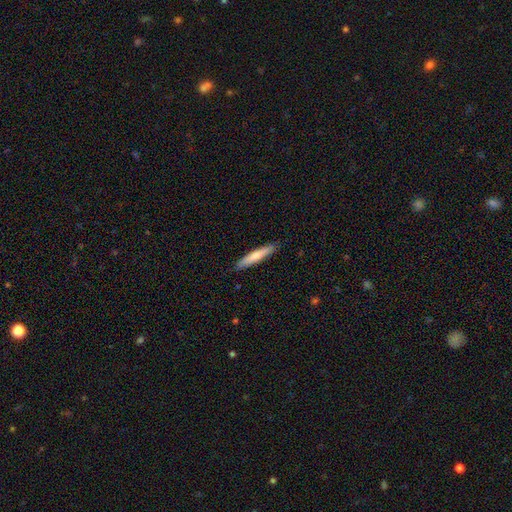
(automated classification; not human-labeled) A smooth galaxy with no disk features (69%) that is cigar-shaped (91%).

Vote fractions:
- Smooth or featured? smooth: 69% / featured or disk: 26% / star or artifact: 5%
- How rounded? cigar-shaped: 91% / in between: 8% / round: 1%
- Merging? none: 88% / minor disturbance: 9% / major disturbance: 2% / merger: 1%